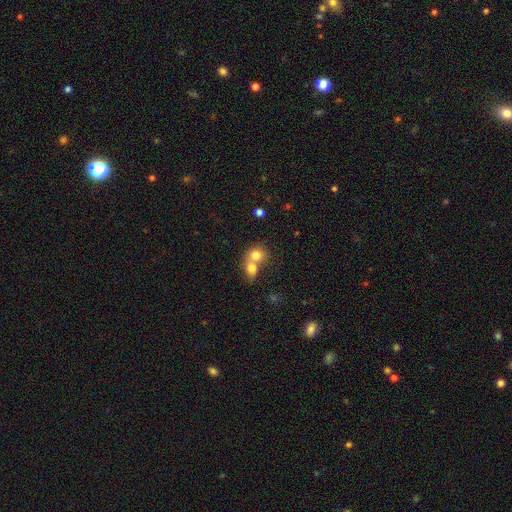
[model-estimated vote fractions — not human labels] Smooth or featured: smooth — 77% (featured or disk — 14%)
How rounded: round — 62% (in between — 37%)
Merging: merger — 70% (none — 22%)